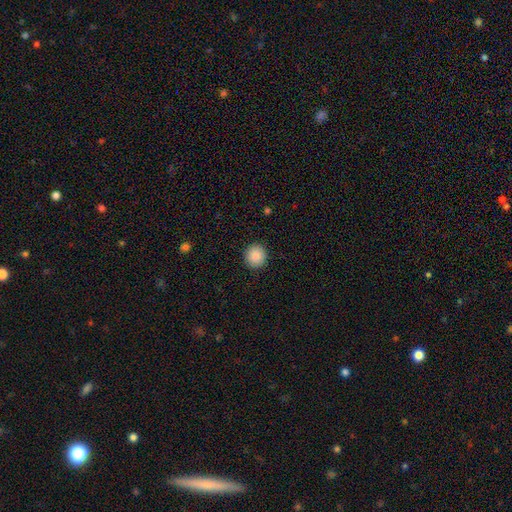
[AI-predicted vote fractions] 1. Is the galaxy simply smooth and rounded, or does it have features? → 89% smooth, 8% star or artifact, 3% featured or disk.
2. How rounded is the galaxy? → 92% round, 7% in between, 1% cigar-shaped.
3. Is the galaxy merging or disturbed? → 92% none, 5% minor disturbance, 2% major disturbance, 1% merger.